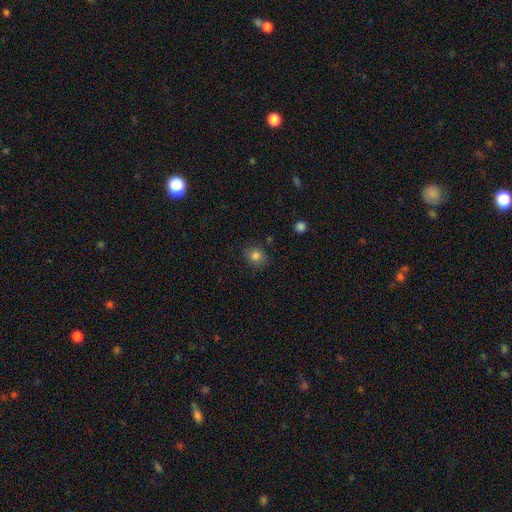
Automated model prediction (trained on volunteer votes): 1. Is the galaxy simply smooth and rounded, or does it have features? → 83% smooth, 12% star or artifact, 6% featured or disk.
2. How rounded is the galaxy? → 70% round, 29% in between, 1% cigar-shaped.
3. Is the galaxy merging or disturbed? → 81% none, 13% minor disturbance, 3% major disturbance, 2% merger.